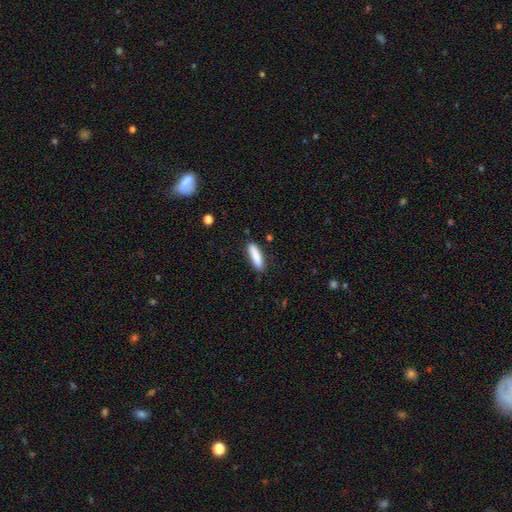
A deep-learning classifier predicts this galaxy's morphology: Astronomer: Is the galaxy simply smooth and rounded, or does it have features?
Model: smooth — 87%.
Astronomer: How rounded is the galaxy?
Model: cigar-shaped — 69%.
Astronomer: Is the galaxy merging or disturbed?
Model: none — 85%.